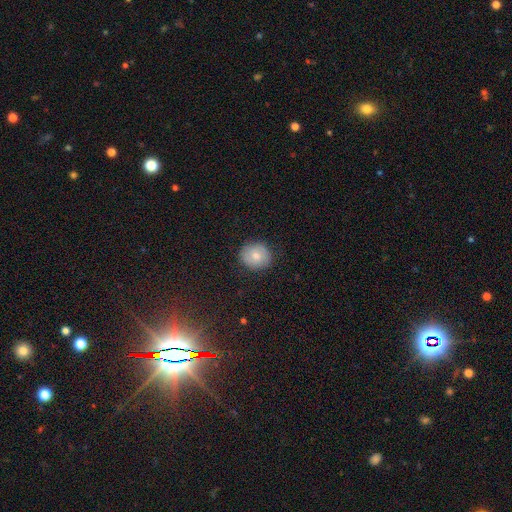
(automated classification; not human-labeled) smooth 75%, featured or disk 17%, star or artifact 8%. Down the decision tree: how rounded — round (84%); merging — none (86%).